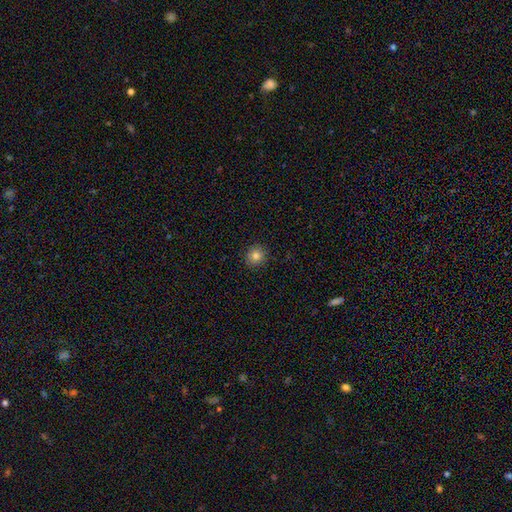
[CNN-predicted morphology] smooth 81%, star or artifact 12%, featured or disk 7%. Down the decision tree: how rounded — round (87%); merging — none (91%).